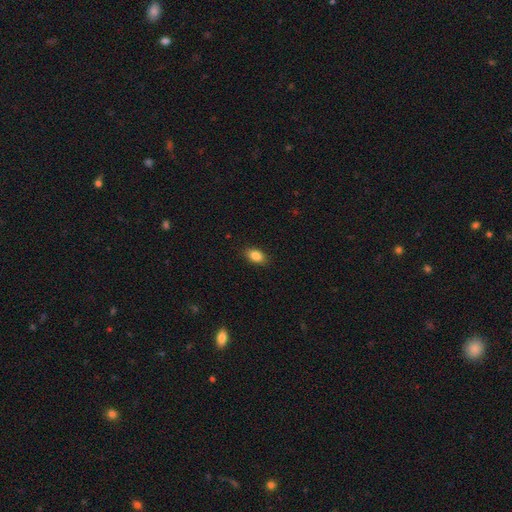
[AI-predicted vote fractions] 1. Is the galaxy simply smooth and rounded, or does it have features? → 86% smooth, 8% star or artifact, 6% featured or disk.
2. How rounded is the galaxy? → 88% in between, 10% round, 2% cigar-shaped.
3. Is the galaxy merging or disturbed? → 88% none, 9% minor disturbance, 2% major disturbance, 1% merger.